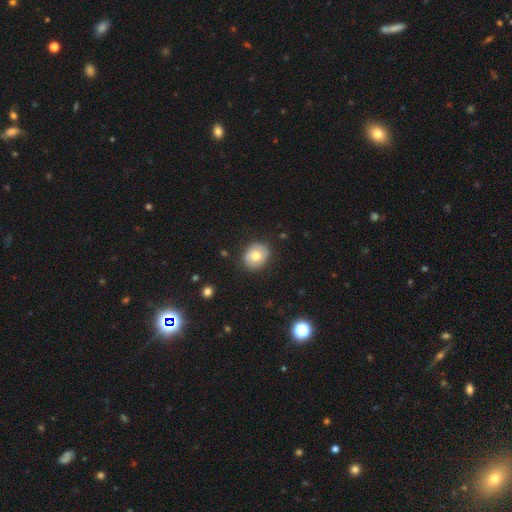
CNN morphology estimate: This is likely a smooth galaxy (70%). How rounded: likely round (68%). Merging: clearly none (82%).